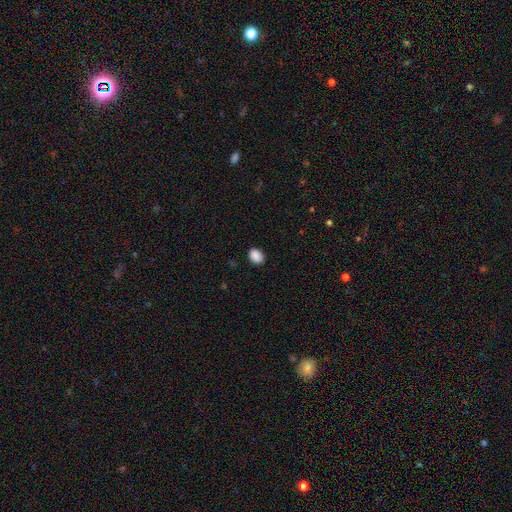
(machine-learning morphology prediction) This is clearly a smooth galaxy (89%). How rounded: likely in between (65%). Merging: clearly none (87%).